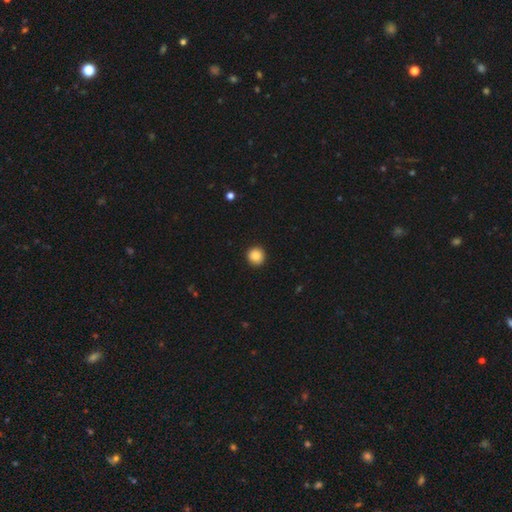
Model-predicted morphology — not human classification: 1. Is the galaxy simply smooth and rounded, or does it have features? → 87% smooth, 9% star or artifact, 4% featured or disk.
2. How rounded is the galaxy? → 95% round, 4% in between, 1% cigar-shaped.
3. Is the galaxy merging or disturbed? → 92% none, 5% minor disturbance, 2% major disturbance, 1% merger.